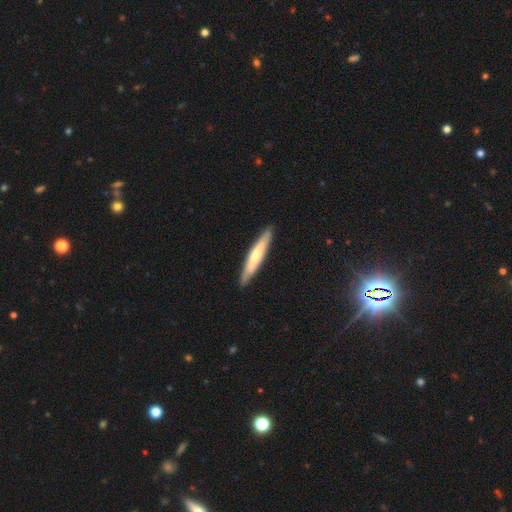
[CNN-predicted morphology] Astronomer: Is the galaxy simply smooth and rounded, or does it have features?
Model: smooth — 58% (runner-up: featured or disk, 37%).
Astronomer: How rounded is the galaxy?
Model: cigar-shaped — 93%.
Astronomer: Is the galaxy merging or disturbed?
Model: none — 90%.